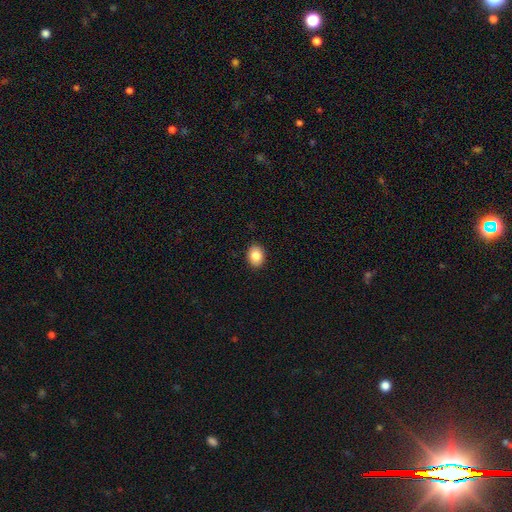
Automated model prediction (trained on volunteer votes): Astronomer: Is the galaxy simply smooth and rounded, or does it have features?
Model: smooth — 86%.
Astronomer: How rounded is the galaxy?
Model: in between — 58% (runner-up: round, 41%).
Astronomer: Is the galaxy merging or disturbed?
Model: none — 91%.